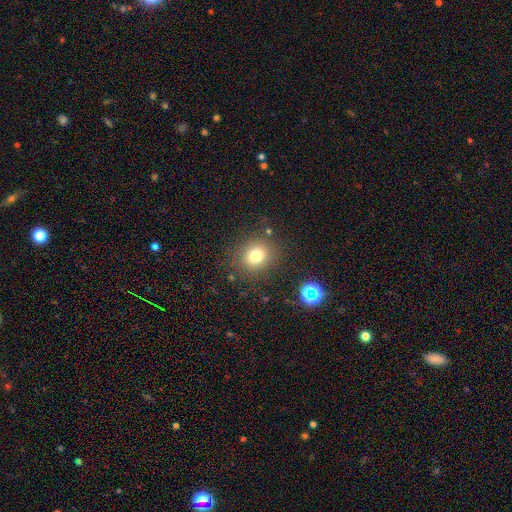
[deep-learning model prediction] smooth-or-featured: smooth: 76% | star or artifact: 15% | featured or disk: 9%
  how-rounded: round: 78% | in between: 21% | cigar-shaped: 1%
  merging: none: 83% | minor disturbance: 10% | major disturbance: 4% | merger: 3%